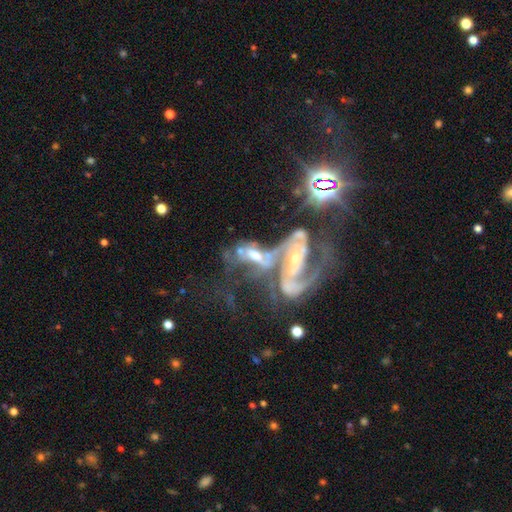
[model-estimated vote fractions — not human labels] Q: Smooth or featured?
A: featured or disk (77%); runner-up: star or artifact (12%)
Q: Edge-on disk?
A: no (94%); runner-up: yes (6%)
Q: Bar?
A: no (46%); runner-up: weak (31%)
Q: Spiral arms?
A: yes (82%); runner-up: no (18%)
Q: Spiral winding?
A: medium (41%); runner-up: loose (33%)
Q: Spiral arm count?
A: 2 (59%); runner-up: can't tell (20%)
Q: Bulge size?
A: small (48%); runner-up: moderate (38%)
Q: Merging?
A: merger (68%); runner-up: major disturbance (16%)